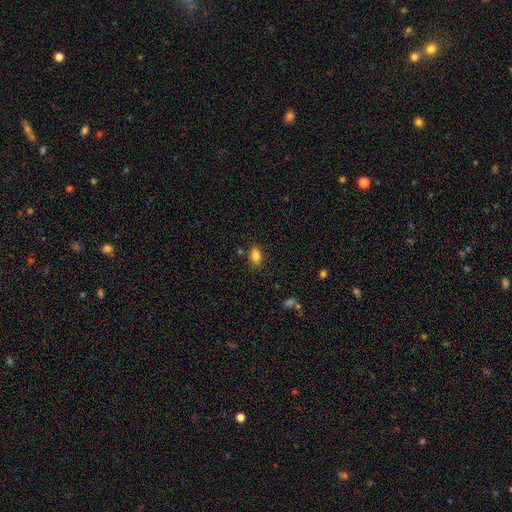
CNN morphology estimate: smooth_or_featured: smooth (p=0.82) [alt: star or artifact p=0.10]
how_rounded: in between (p=0.83) [alt: round p=0.14]
merging: none (p=0.79) [alt: minor disturbance p=0.14]